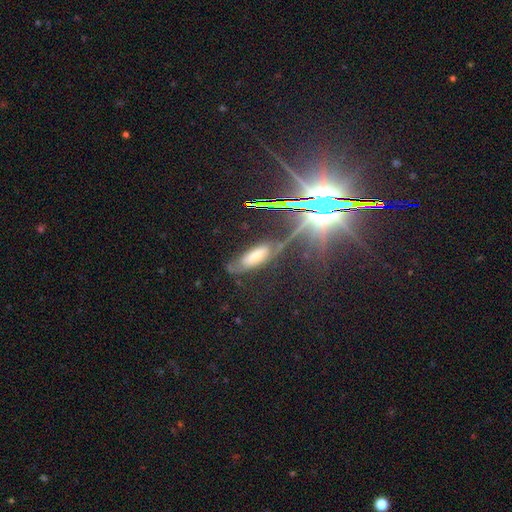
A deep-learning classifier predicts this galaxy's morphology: Overall: smooth (38%; featured or disk 32%). Merging: none (61%; minor disturbance 23%).